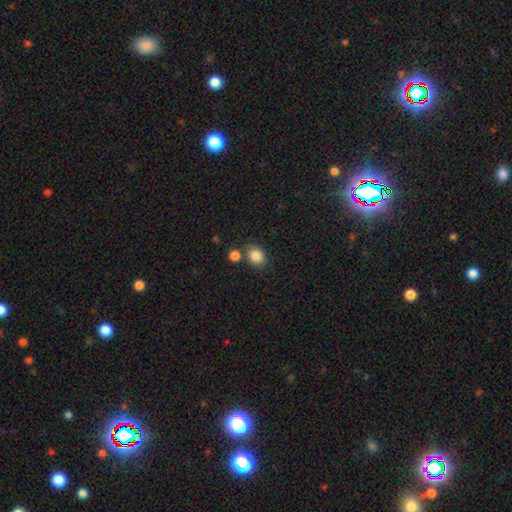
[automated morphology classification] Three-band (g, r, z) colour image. It shows a smooth galaxy with no disk features (86%) that is in between round and cigar-shaped (54%). Merging: none (72%).